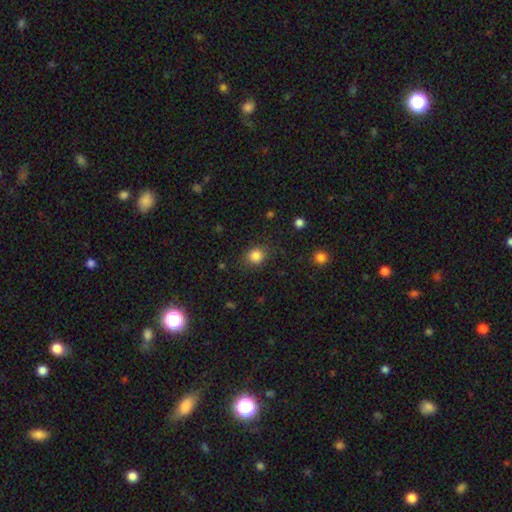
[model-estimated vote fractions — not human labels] Smooth or featured: smooth — 85% (star or artifact — 11%)
How rounded: round — 79% (in between — 20%)
Merging: none — 83% (minor disturbance — 12%)